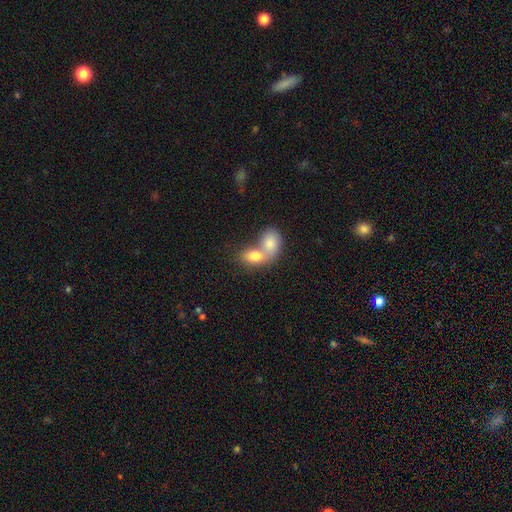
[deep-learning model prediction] Smooth or featured? Predicted: smooth (p=0.77). How rounded? Predicted: in between (p=0.80). Merging? Predicted: merger (p=0.75).